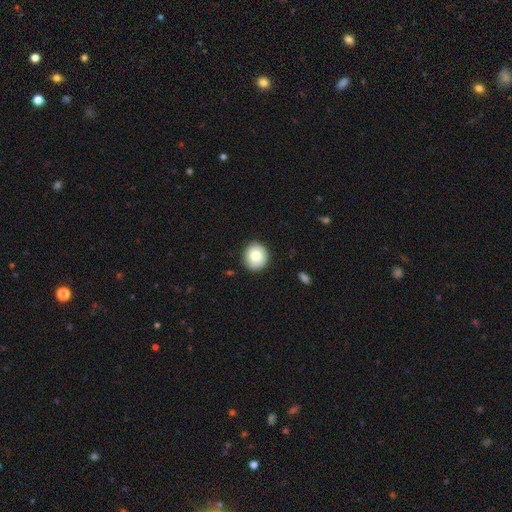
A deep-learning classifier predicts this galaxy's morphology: This is likely a smooth galaxy (74%). How rounded: clearly round (90%). Merging: clearly none (88%).